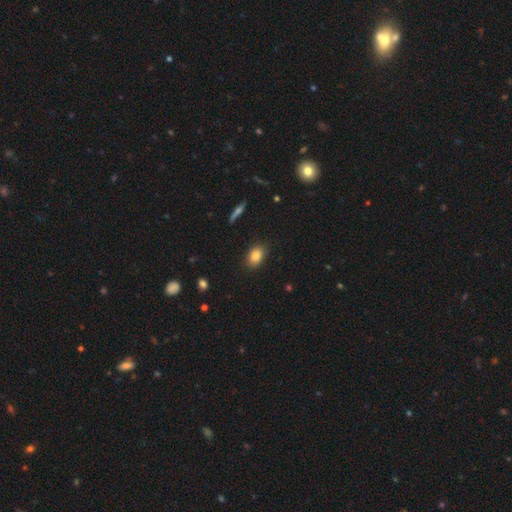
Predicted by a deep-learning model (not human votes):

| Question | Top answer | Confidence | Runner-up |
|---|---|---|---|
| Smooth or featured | smooth | 83% | star or artifact (9%) |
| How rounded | in between | 79% | round (19%) |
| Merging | none | 86% | minor disturbance (10%) |